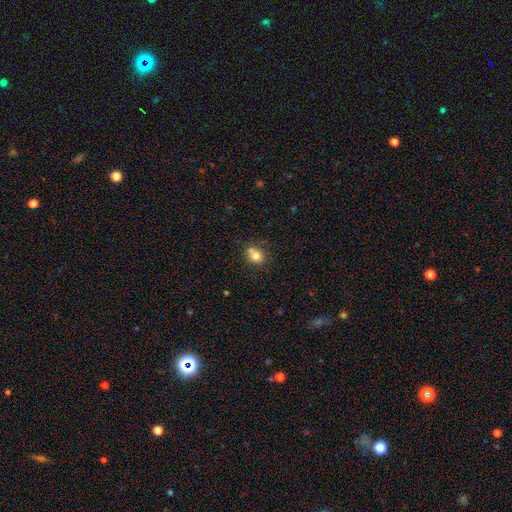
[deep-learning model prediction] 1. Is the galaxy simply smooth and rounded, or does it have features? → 77% smooth, 12% star or artifact, 12% featured or disk.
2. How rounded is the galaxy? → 76% round, 23% in between, 1% cigar-shaped.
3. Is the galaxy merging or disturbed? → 55% none, 28% merger, 13% minor disturbance, 4% major disturbance.